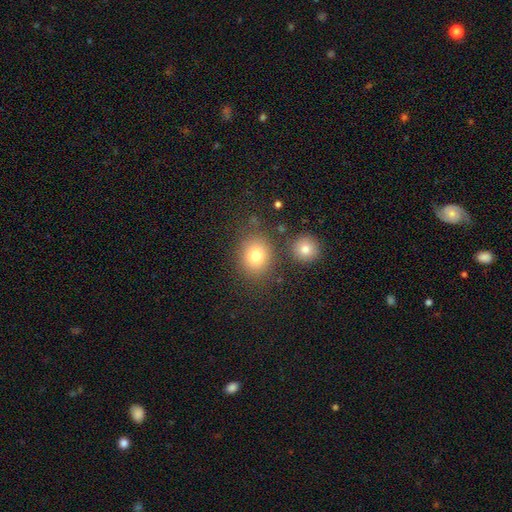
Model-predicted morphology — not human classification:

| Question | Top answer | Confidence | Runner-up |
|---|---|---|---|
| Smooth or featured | smooth | 78% | star or artifact (13%) |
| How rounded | round | 75% | in between (24%) |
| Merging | none | 78% | minor disturbance (10%) |